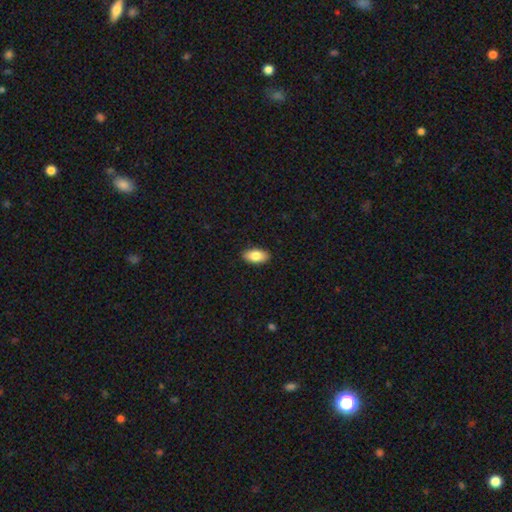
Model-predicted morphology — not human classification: Smooth or featured: smooth — 84% (featured or disk — 9%)
How rounded: in between — 93% (round — 3%)
Merging: none — 90% (minor disturbance — 7%)